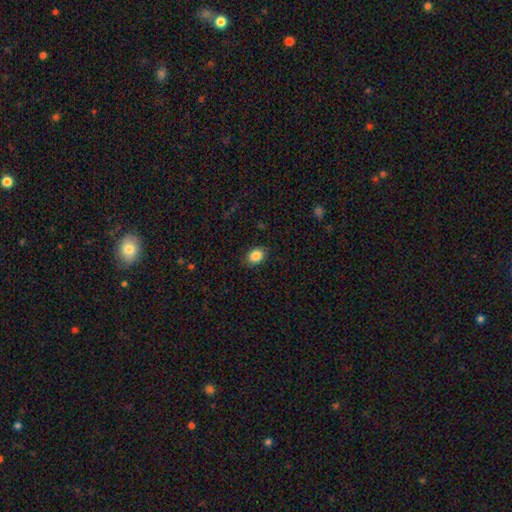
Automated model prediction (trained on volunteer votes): Smooth or featured: smooth — 86% (star or artifact — 9%)
How rounded: in between — 70% (round — 29%)
Merging: none — 86% (minor disturbance — 11%)